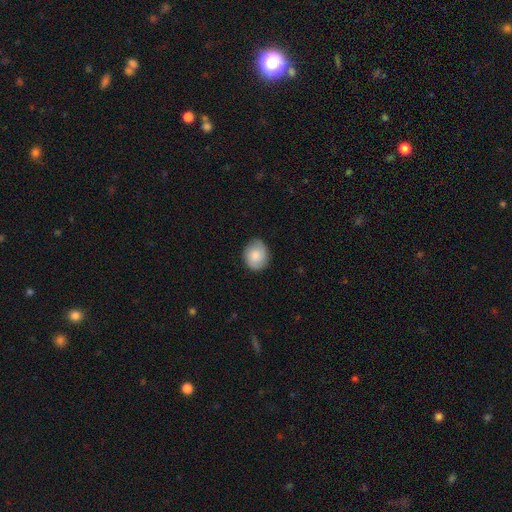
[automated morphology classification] A smooth galaxy with no disk features (76%) that is round (57%). Merging: none (82%).